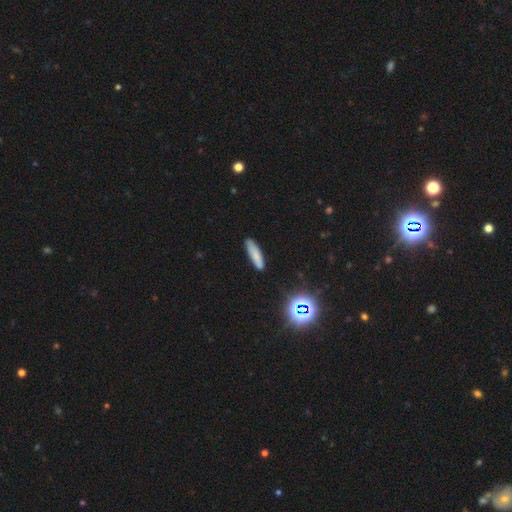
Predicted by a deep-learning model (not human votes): A smooth galaxy with no disk features (78%) that is cigar-shaped (72%). Merging: none (84%).